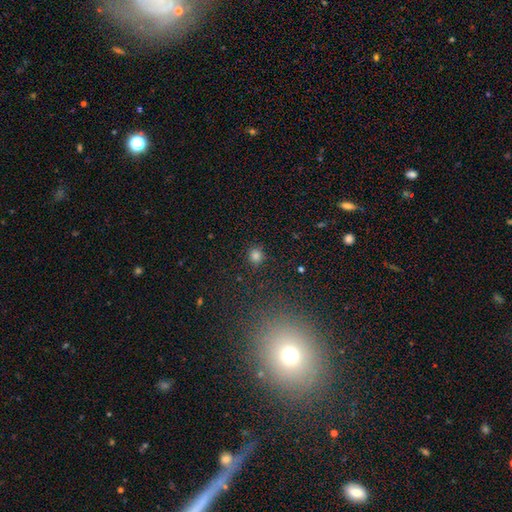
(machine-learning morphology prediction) The model was most divided on "smooth or featured": smooth: 82%, star or artifact: 14%, featured or disk: 4%. More confident: how rounded — round (92%); merging — none (90%).